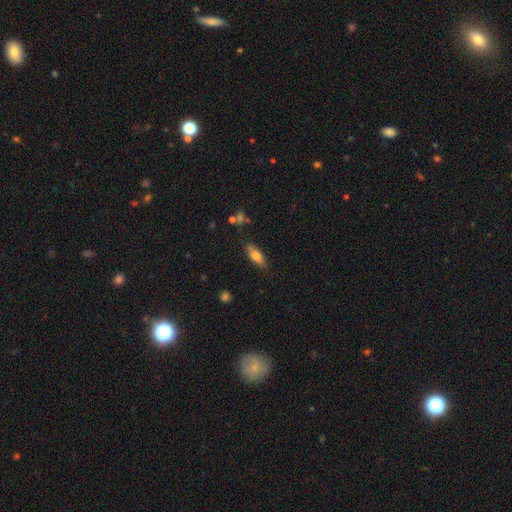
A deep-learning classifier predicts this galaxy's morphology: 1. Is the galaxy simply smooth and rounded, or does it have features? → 70% smooth, 22% featured or disk, 7% star or artifact.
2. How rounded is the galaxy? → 67% in between, 30% cigar-shaped, 3% round.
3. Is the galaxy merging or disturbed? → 80% none, 15% minor disturbance, 3% major disturbance, 2% merger.